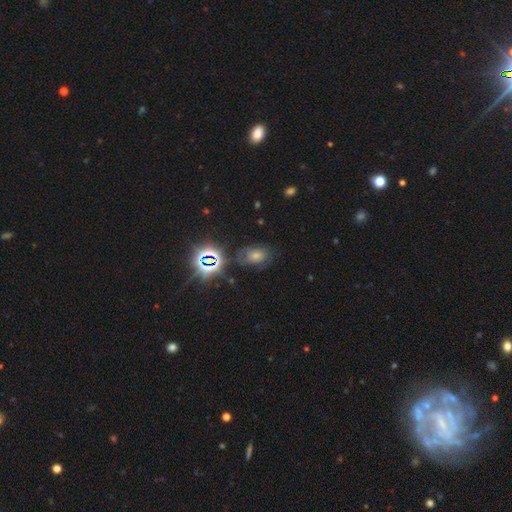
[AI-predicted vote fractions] A star or artifact, not a galaxy (52%).